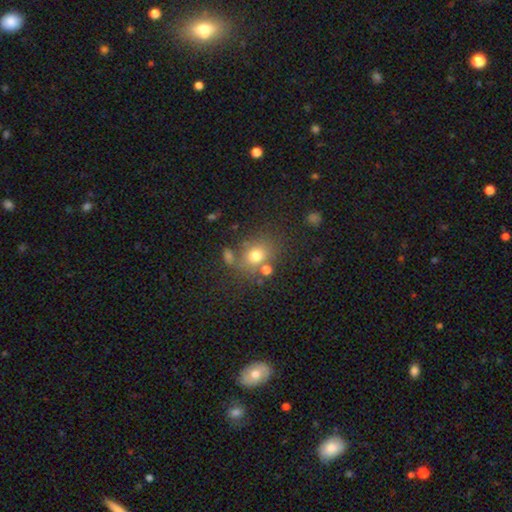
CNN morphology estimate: smooth-or-featured: smooth: 72% | star or artifact: 16% | featured or disk: 12%
  how-rounded: round: 67% | in between: 32% | cigar-shaped: 1%
  merging: none: 67% | merger: 14% | minor disturbance: 13% | major disturbance: 6%